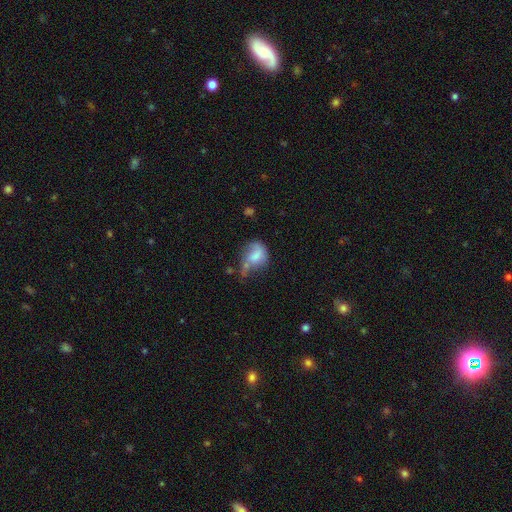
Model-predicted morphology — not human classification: type=smooth (62%); roundness=in between (61%); merging=major disturbance (33%).